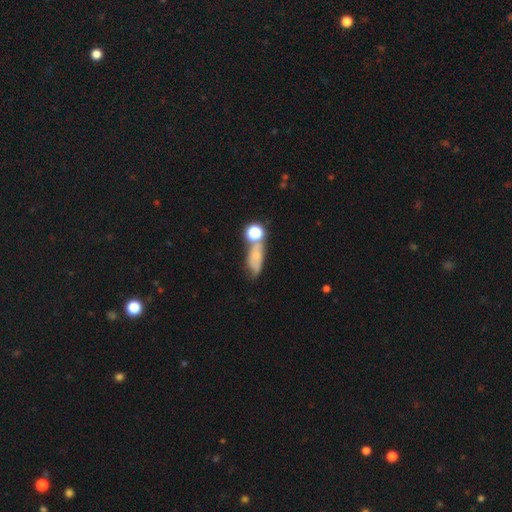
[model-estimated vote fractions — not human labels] Q: Smooth or featured?
A: smooth (57%); runner-up: featured or disk (27%)
Q: How rounded?
A: in between (63%); runner-up: round (20%)
Q: Merging?
A: none (38%); runner-up: merger (27%)